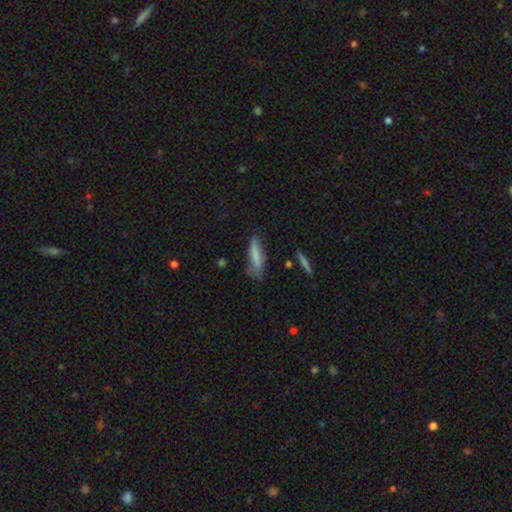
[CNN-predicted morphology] type=smooth (72%); roundness=cigar-shaped (57%); merging=none (55%).